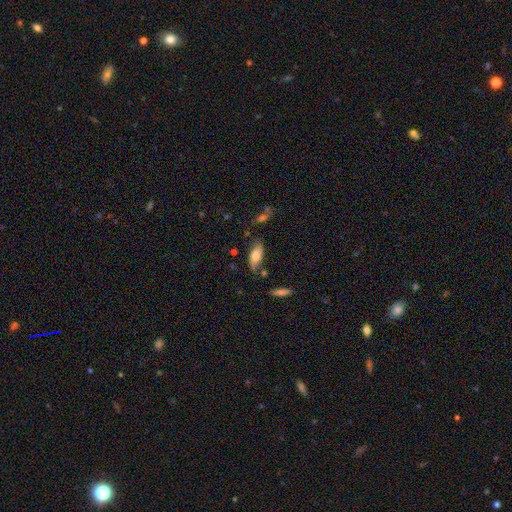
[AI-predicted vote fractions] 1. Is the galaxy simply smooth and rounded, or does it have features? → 66% smooth, 26% featured or disk, 7% star or artifact.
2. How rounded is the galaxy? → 82% in between, 16% cigar-shaped, 2% round.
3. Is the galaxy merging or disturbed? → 63% none, 25% minor disturbance, 7% major disturbance, 5% merger.